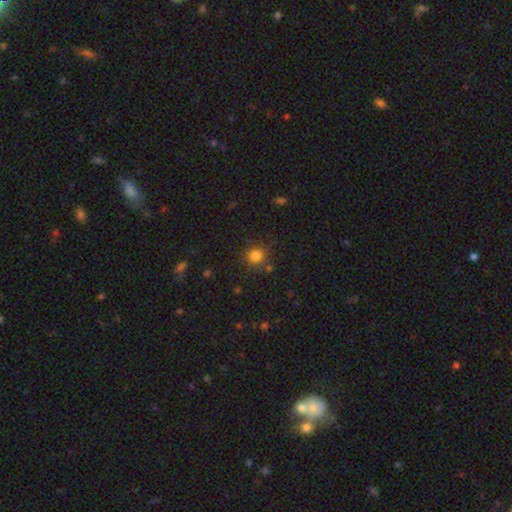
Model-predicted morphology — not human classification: Smooth or featured?
  - smooth: 80% *
  - star or artifact: 14%
  - featured or disk: 6%
How rounded?
  - round: 91% *
  - in between: 8%
  - cigar-shaped: 1%
Merging?
  - none: 80% *
  - minor disturbance: 11%
  - merger: 5%
  - major disturbance: 4%